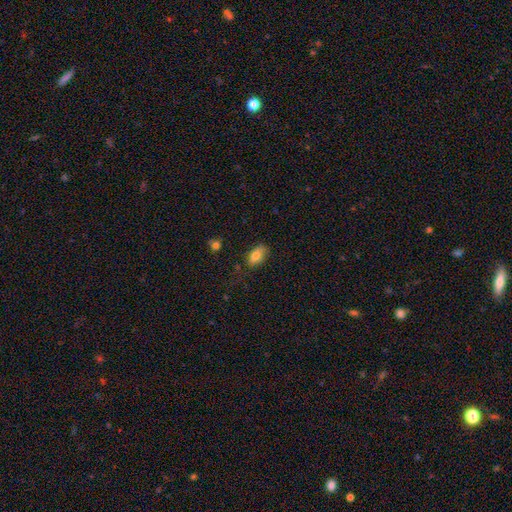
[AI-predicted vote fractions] A smooth galaxy with no disk features (82%) that is in between round and cigar-shaped (90%). Merging: none (68%).